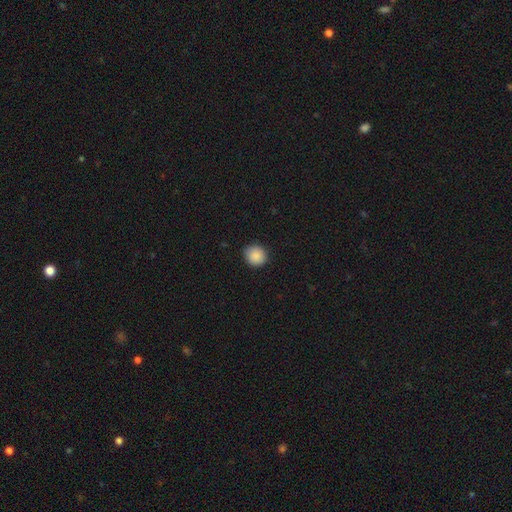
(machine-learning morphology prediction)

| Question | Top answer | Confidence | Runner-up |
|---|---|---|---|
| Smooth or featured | smooth | 89% | star or artifact (8%) |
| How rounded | round | 88% | in between (11%) |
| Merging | none | 87% | minor disturbance (10%) |